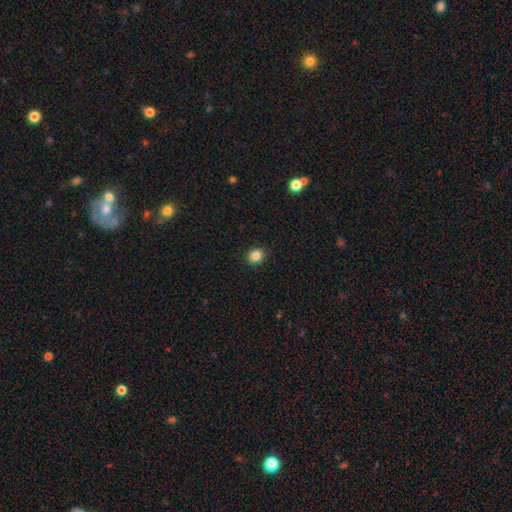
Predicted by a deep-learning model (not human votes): Overall: smooth (86%). How rounded: round (73%). Merging: none (91%).